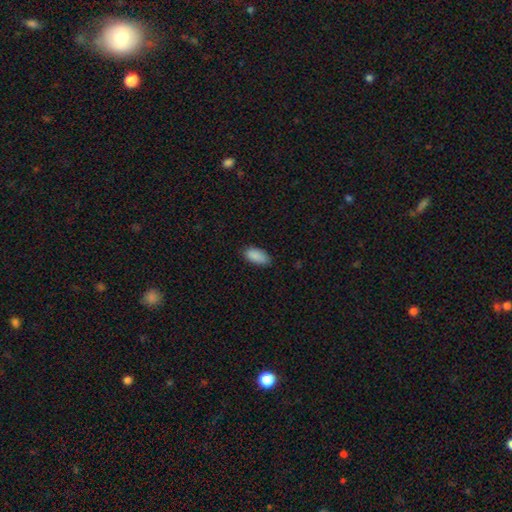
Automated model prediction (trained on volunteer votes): A smooth galaxy with no disk features (90%) that is in between round and cigar-shaped (91%). Merging: none (83%).